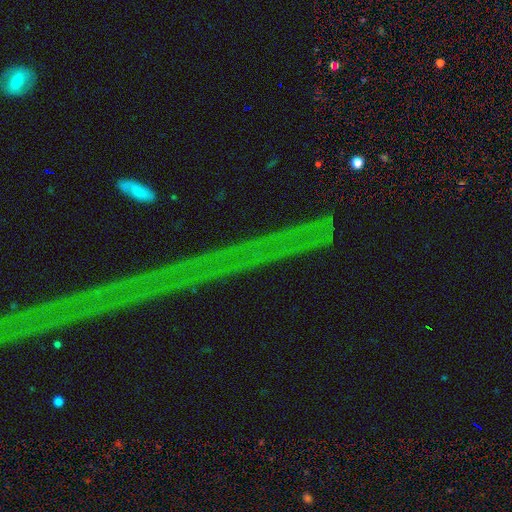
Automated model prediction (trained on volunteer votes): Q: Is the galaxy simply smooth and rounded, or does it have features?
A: star or artifact — 83%.